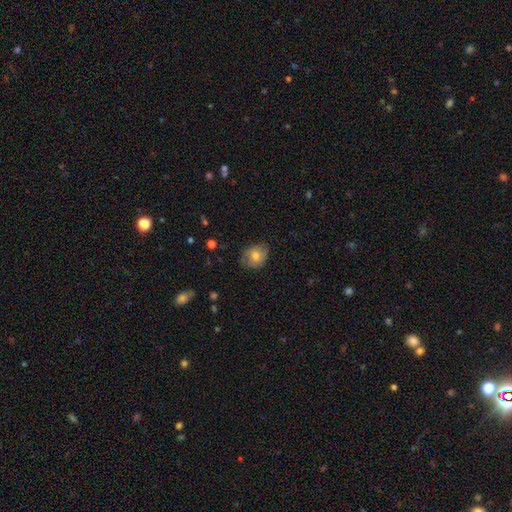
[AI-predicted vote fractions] This is likely a smooth galaxy (67%). How rounded: possibly round (52%). Merging: likely none (67%).